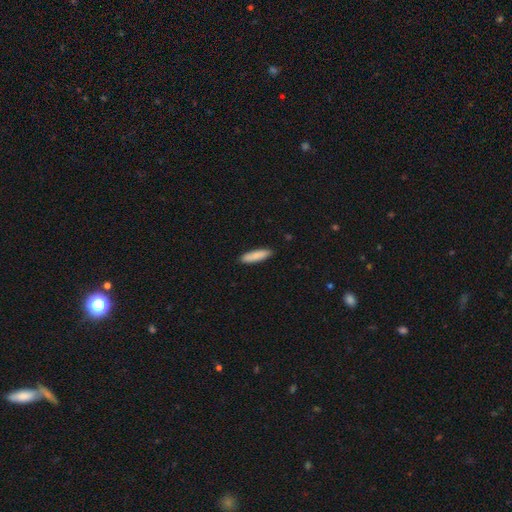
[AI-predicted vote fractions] A smooth galaxy with no disk features (86%) that is cigar-shaped (67%). Merging: none (88%).